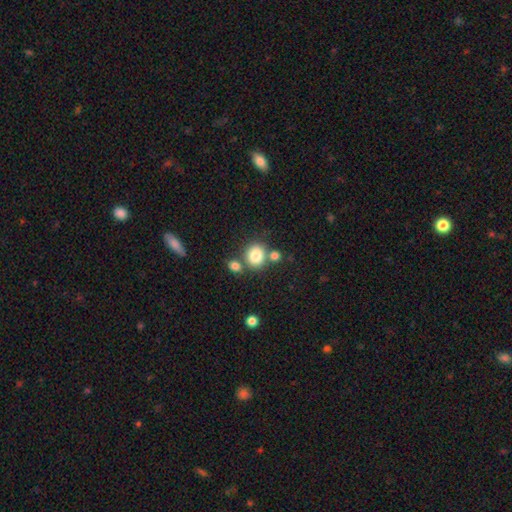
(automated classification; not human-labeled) Morphology: type=smooth (82%); roundness=round (75%); merging=none (63%).